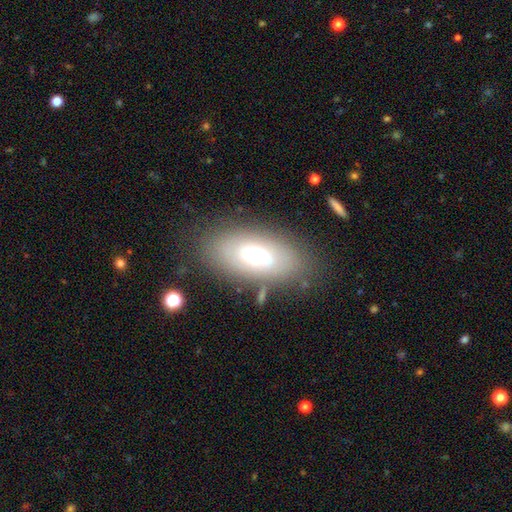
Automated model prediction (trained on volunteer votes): Smooth or featured? smooth (65%)
How rounded? in between (89%)
Merging? none (76%)